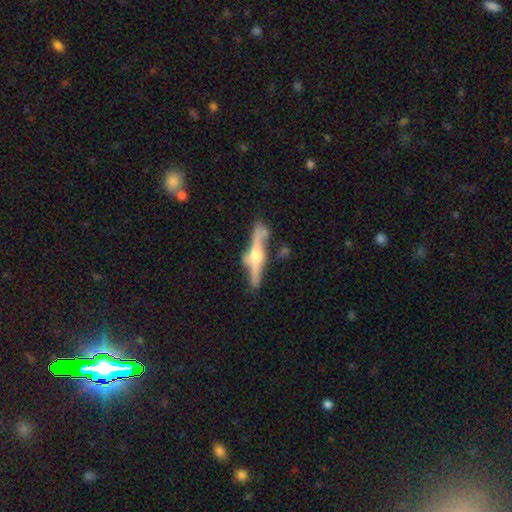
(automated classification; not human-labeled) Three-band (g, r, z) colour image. It shows a featured or disk galaxy (77%) viewed edge-on (95%) with a rounded central bulge (94%). Merging: none (70%).